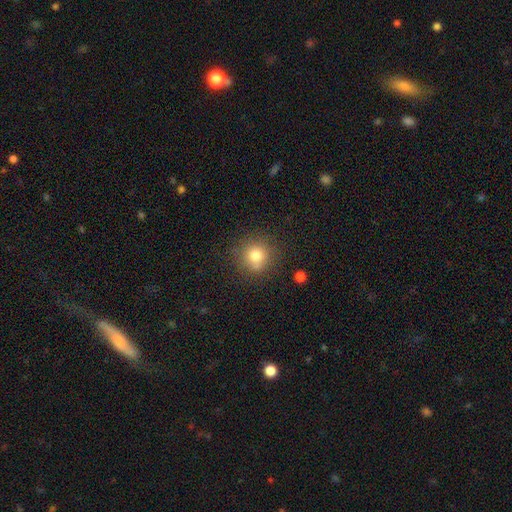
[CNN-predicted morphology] smooth 78%, star or artifact 13%, featured or disk 9%. Down the decision tree: how rounded — round (92%); merging — none (78%).